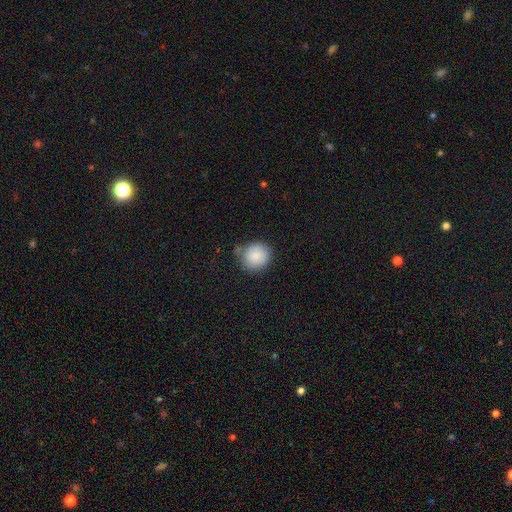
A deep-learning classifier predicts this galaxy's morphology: This appears to be a smooth galaxy with no disk features (85%) that is round (88%). Merging: none (68%).